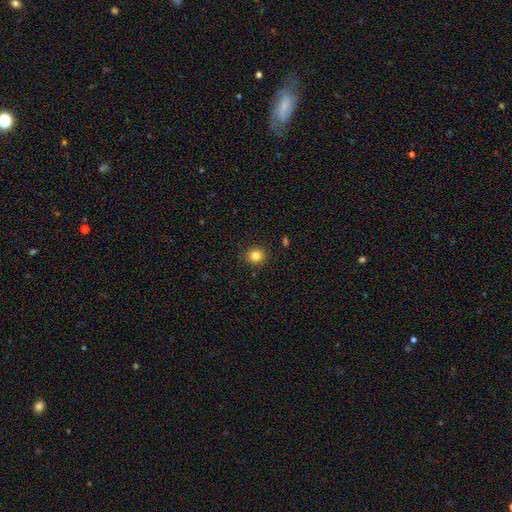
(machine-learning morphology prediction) Overall: smooth (83%). How rounded: round (88%). Merging: none (90%).